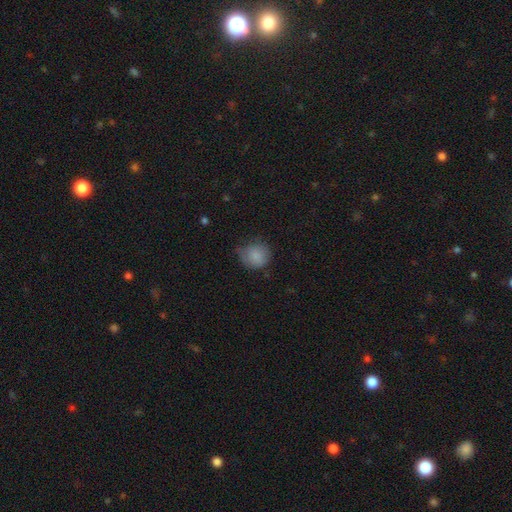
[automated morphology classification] smooth 83%, featured or disk 9%, star or artifact 9%. Down the decision tree: how rounded — round (81%); merging — none (48%).